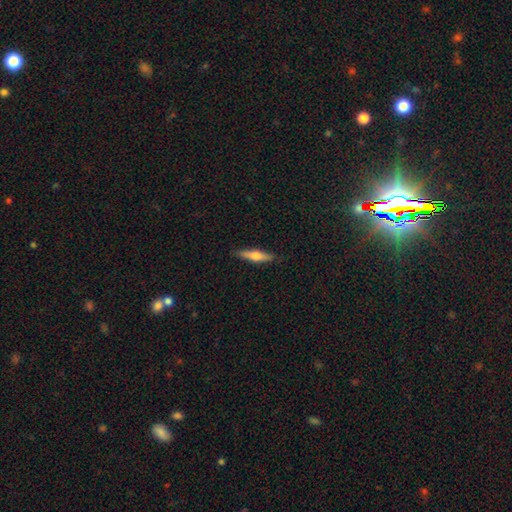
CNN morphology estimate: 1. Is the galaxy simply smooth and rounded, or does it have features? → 53% smooth, 41% featured or disk, 6% star or artifact.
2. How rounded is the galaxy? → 78% cigar-shaped, 20% in between, 2% round.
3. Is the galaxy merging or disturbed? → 89% none, 9% minor disturbance, 2% major disturbance, 1% merger.